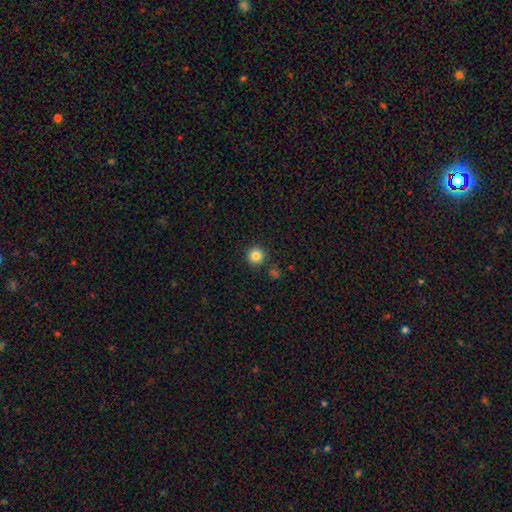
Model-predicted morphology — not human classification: type=smooth (85%); roundness=round (95%); merging=none (89%).